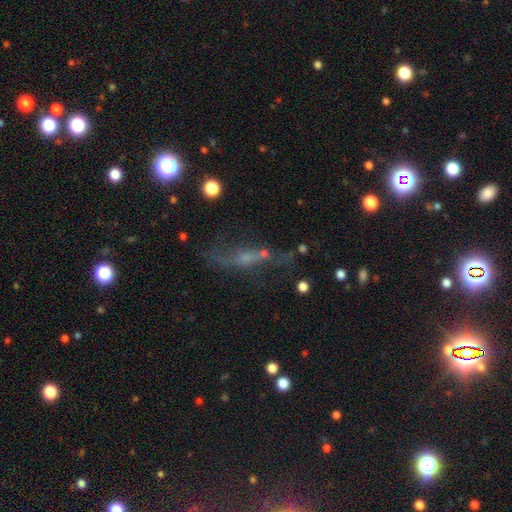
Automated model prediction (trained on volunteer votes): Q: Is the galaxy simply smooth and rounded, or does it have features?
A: featured or disk — 47%.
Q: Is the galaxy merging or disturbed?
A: none — 46%.